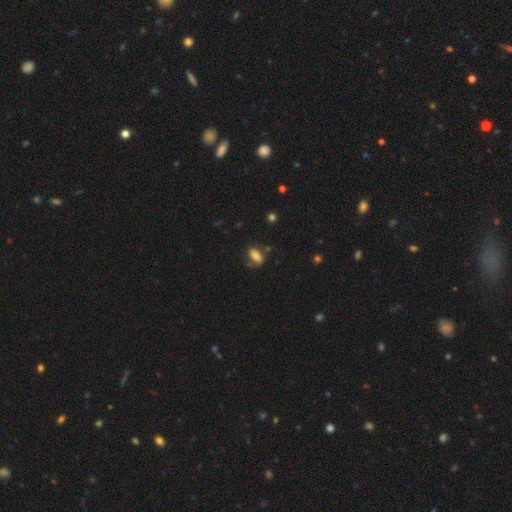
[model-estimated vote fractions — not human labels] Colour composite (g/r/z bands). It shows a smooth galaxy with no disk features (74%) that is in between round and cigar-shaped (81%). Merging: none (68%).